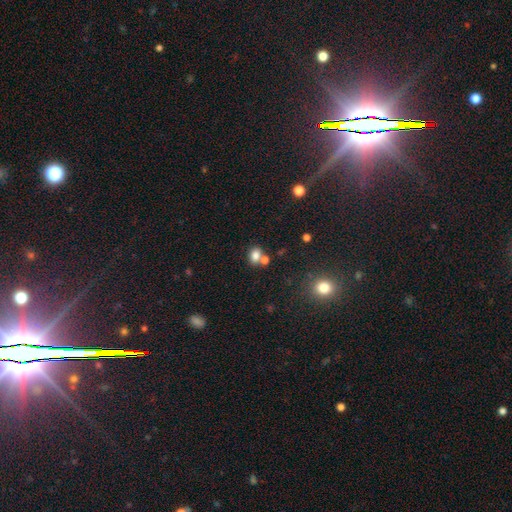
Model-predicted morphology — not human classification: Smooth or featured? Predicted: smooth (p=0.78). How rounded? Predicted: in between (p=0.61). Merging? Predicted: none (p=0.50).